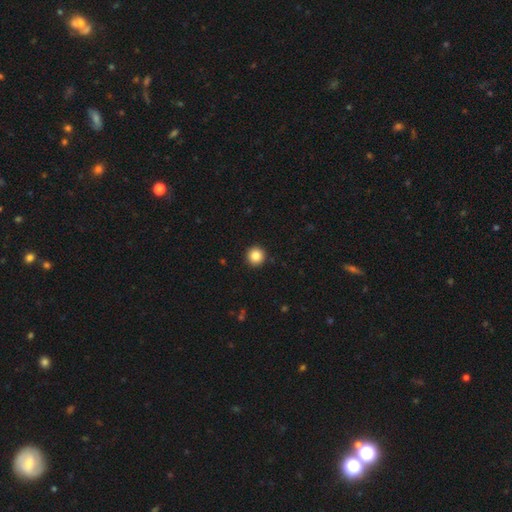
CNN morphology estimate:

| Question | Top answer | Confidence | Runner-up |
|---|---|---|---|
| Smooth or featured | smooth | 85% | star or artifact (10%) |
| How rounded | round | 96% | in between (3%) |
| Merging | none | 94% | minor disturbance (4%) |